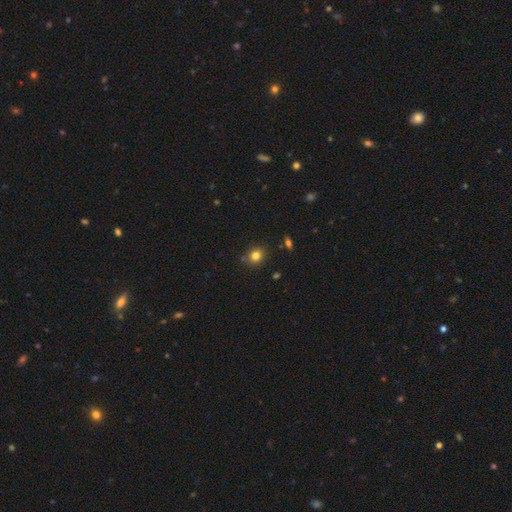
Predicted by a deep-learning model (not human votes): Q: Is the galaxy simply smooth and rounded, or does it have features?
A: smooth — 80%.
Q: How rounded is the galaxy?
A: round — 77%.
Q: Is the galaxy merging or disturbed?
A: none — 85%.